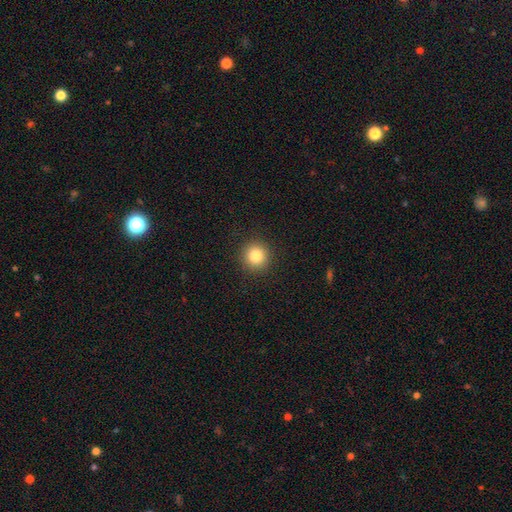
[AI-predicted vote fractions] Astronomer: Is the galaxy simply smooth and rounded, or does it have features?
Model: smooth — 83%.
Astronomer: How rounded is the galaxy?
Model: round — 94%.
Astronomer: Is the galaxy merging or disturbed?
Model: none — 92%.